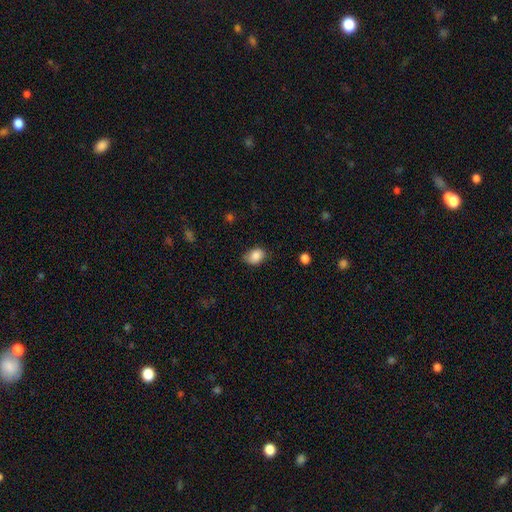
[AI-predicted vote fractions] Q: Smooth or featured?
A: smooth (86%); runner-up: star or artifact (8%)
Q: How rounded?
A: in between (72%); runner-up: round (27%)
Q: Merging?
A: none (70%); runner-up: minor disturbance (24%)